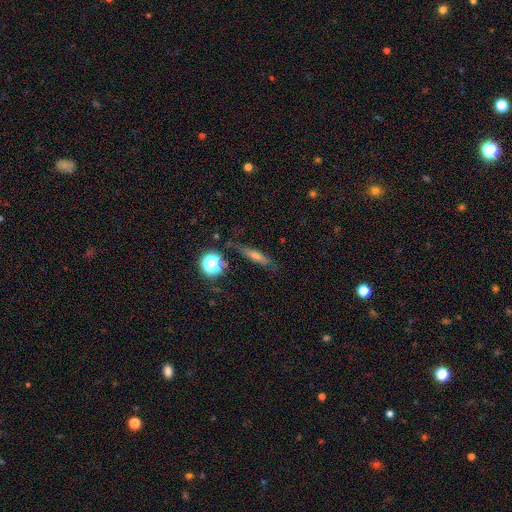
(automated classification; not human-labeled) This appears to be a smooth galaxy with no disk features (49%). Merging: none (79%).